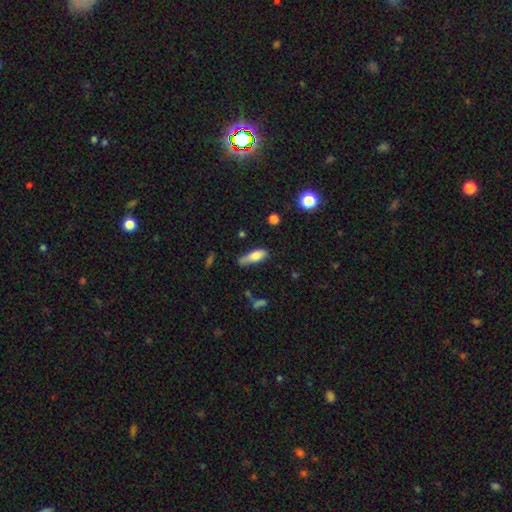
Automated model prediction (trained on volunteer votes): Smooth or featured? Predicted: smooth (p=0.74). How rounded? Predicted: in between (p=0.60). Merging? Predicted: none (p=0.44).